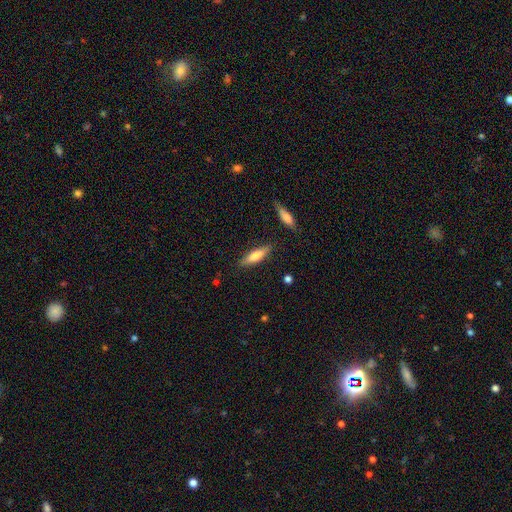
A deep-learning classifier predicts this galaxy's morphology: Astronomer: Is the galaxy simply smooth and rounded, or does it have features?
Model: smooth — 68%.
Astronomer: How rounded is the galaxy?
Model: cigar-shaped — 66%.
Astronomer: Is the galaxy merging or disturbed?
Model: none — 83%.